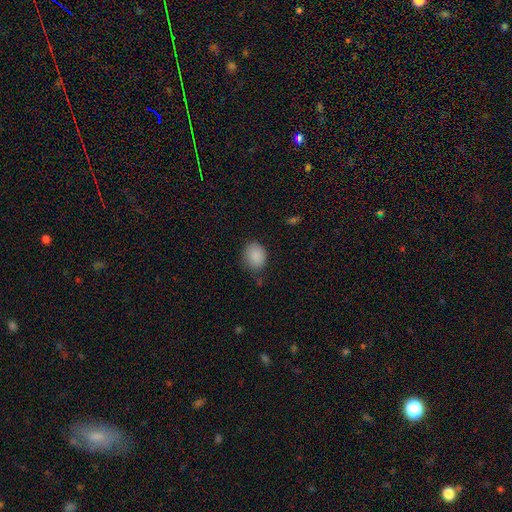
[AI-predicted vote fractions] This is clearly a smooth galaxy (88%). How rounded: possibly round (50%). Merging: likely none (73%).